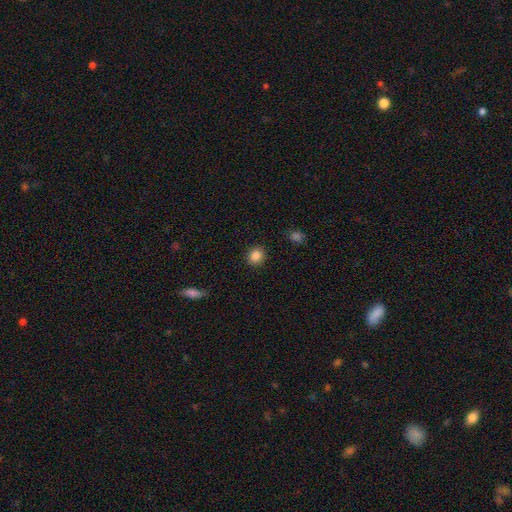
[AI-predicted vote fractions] smooth_or_featured: smooth (p=0.86) [alt: star or artifact p=0.10]
how_rounded: round (p=0.78) [alt: in between p=0.21]
merging: none (p=0.90) [alt: minor disturbance p=0.07]